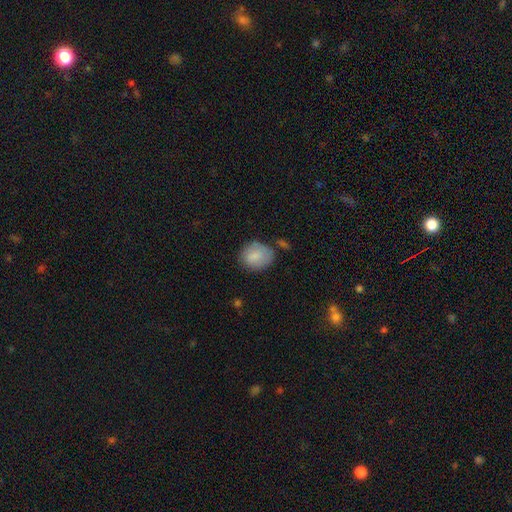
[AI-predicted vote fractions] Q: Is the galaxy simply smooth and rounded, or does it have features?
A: smooth — 84%.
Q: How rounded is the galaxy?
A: round — 56%.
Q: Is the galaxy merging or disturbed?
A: none — 63%.